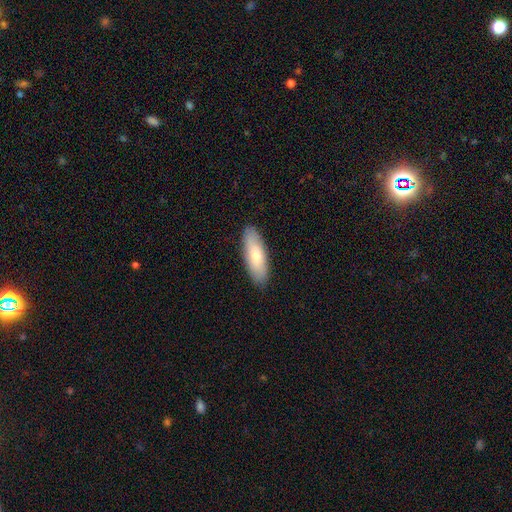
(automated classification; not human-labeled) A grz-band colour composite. It shows a smooth galaxy with no disk features (73%) that is in between round and cigar-shaped (61%). Merging: none (88%).